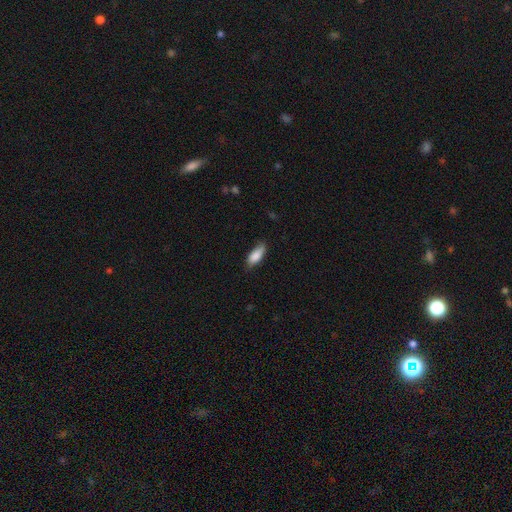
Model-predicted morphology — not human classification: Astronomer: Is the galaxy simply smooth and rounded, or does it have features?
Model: smooth — 85%.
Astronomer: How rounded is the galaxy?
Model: in between — 76%.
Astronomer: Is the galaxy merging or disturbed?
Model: none — 71%.